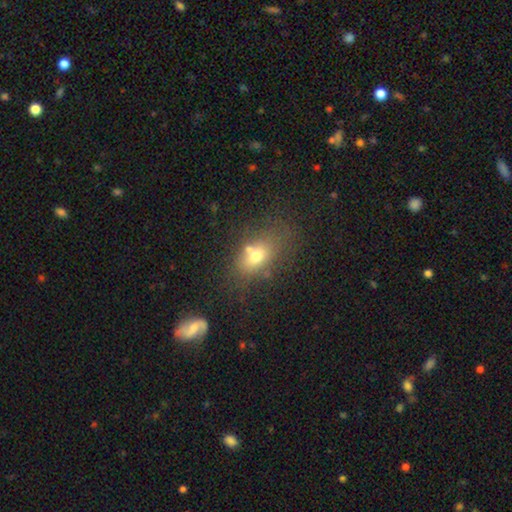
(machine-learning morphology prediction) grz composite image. It shows a smooth galaxy with no disk features (67%) that is in between round and cigar-shaped (76%). Merging: none (54%).